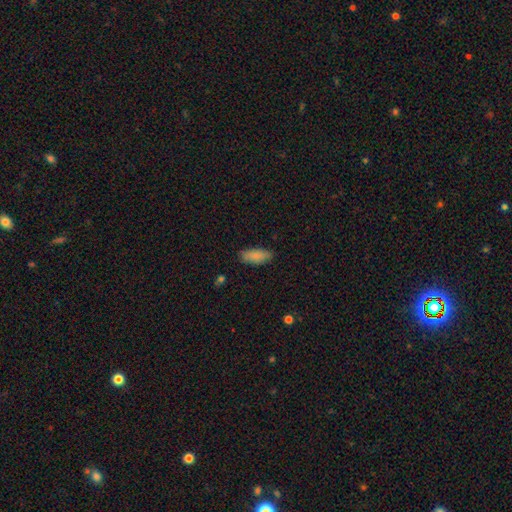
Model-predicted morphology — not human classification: Smooth or featured? smooth (87%)
How rounded? in between (79%)
Merging? none (85%)